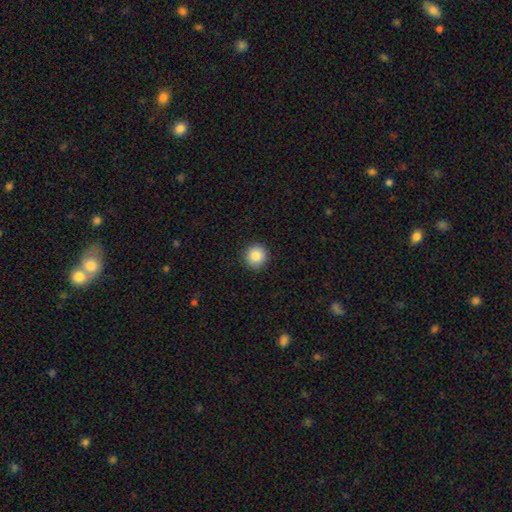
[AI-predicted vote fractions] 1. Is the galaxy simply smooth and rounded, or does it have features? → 86% smooth, 9% star or artifact, 5% featured or disk.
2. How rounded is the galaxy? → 94% round, 5% in between, 1% cigar-shaped.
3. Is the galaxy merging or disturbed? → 91% none, 6% minor disturbance, 2% major disturbance, 1% merger.